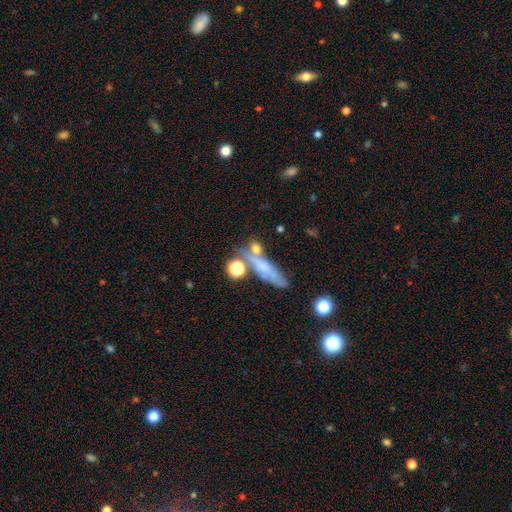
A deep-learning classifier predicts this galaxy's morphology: Q: Smooth or featured?
A: smooth (57%); runner-up: featured or disk (28%)
Q: How rounded?
A: cigar-shaped (62%); runner-up: in between (20%)
Q: Merging?
A: none (56%); runner-up: minor disturbance (17%)